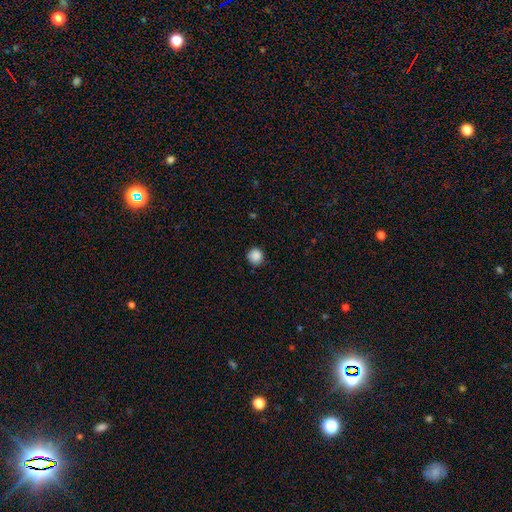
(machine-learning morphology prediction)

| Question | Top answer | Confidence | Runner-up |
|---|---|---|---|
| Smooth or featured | smooth | 88% | star or artifact (10%) |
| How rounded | round | 94% | in between (5%) |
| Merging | none | 88% | minor disturbance (9%) |